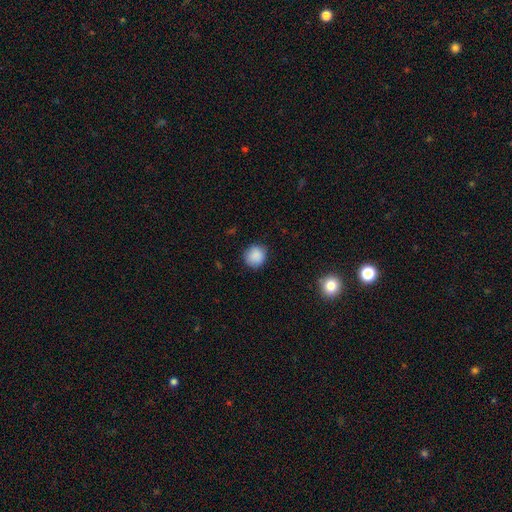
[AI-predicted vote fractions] Morphology: type=smooth (88%); roundness=round (90%); merging=none (87%).